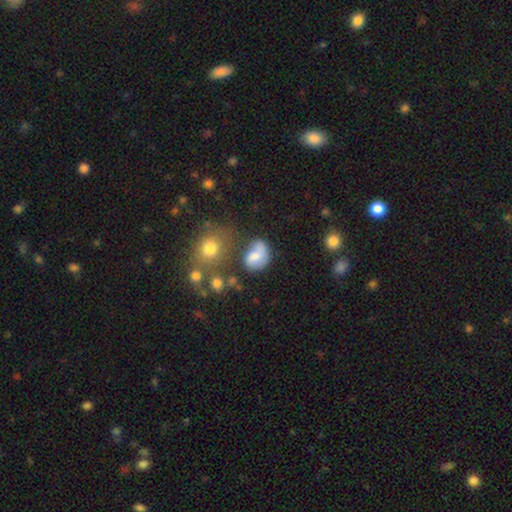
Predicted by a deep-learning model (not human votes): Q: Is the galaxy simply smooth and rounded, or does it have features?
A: smooth — 68%.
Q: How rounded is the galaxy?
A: in between — 64%.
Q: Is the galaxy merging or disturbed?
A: none — 41%.